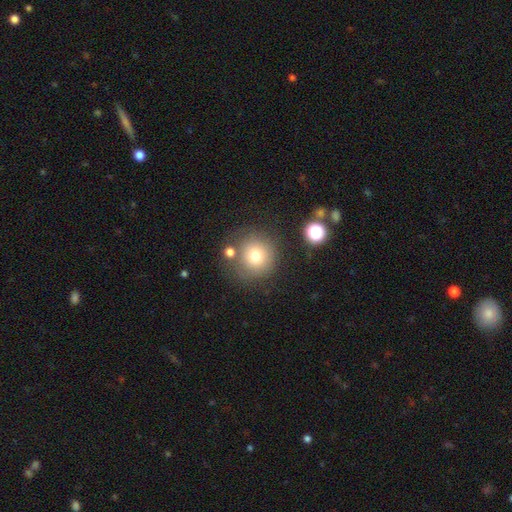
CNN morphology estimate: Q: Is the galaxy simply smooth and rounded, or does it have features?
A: smooth — 75%.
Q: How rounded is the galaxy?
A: round — 92%.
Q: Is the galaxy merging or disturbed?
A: none — 73%.